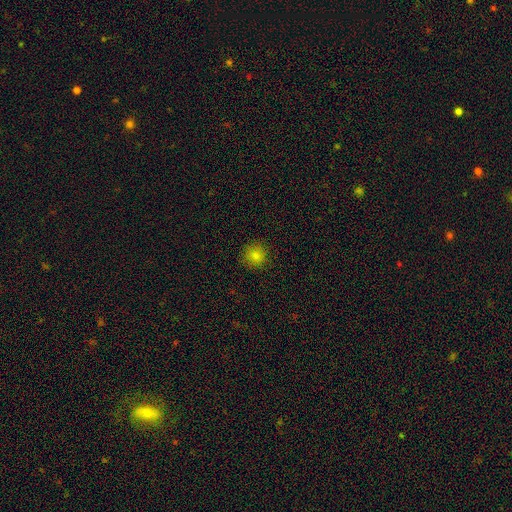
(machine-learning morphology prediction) Q: Smooth or featured?
A: smooth (83%); runner-up: star or artifact (13%)
Q: How rounded?
A: round (93%); runner-up: in between (6%)
Q: Merging?
A: none (90%); runner-up: minor disturbance (7%)